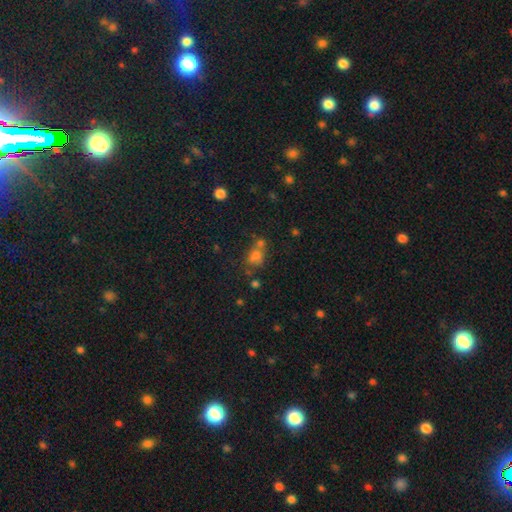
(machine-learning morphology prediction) Q: Smooth or featured?
A: smooth (68%); runner-up: star or artifact (19%)
Q: How rounded?
A: in between (52%); runner-up: round (46%)
Q: Merging?
A: merger (39%); runner-up: none (38%)